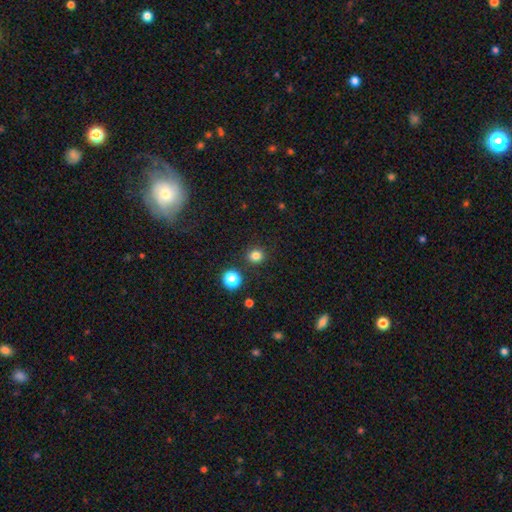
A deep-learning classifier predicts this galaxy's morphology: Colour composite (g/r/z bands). It shows a smooth galaxy with no disk features (81%) that is round (87%). Merging: none (87%).